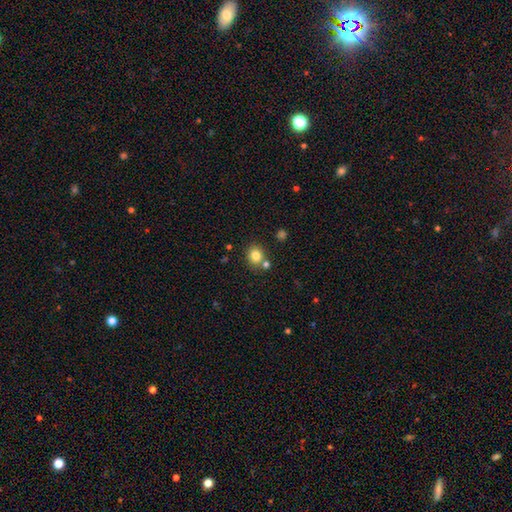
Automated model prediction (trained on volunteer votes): A smooth galaxy with no disk features (81%) that is round (74%).

Vote fractions:
- Smooth or featured? smooth: 81% / star or artifact: 11% / featured or disk: 7%
- How rounded? round: 74% / in between: 26% / cigar-shaped: 1%
- Merging? none: 73% / merger: 15% / minor disturbance: 10% / major disturbance: 3%